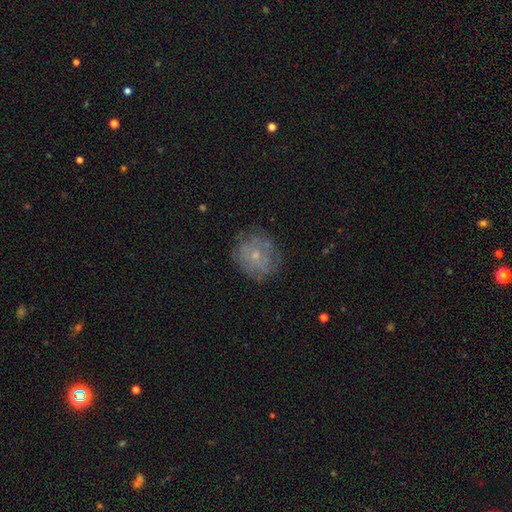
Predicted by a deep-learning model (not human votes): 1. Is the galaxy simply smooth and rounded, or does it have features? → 51% featured or disk, 37% smooth, 12% star or artifact.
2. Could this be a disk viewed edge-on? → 97% no, 3% yes.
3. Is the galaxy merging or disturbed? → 73% none, 17% minor disturbance, 8% major disturbance, 1% merger.